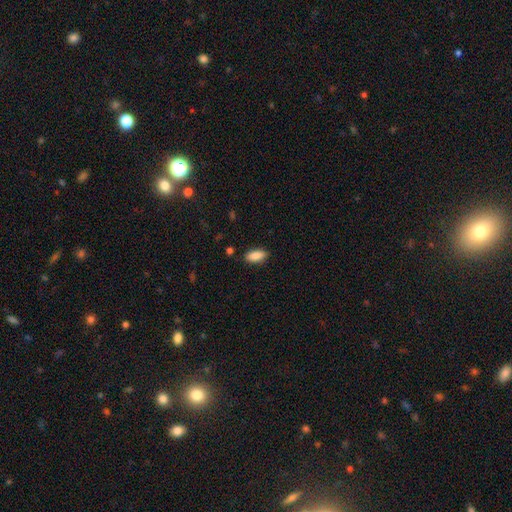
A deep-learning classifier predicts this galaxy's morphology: The model was most divided on "how rounded": in between: 86%, cigar-shaped: 11%, round: 2%. More confident: smooth or featured — smooth (88%); merging — none (86%).